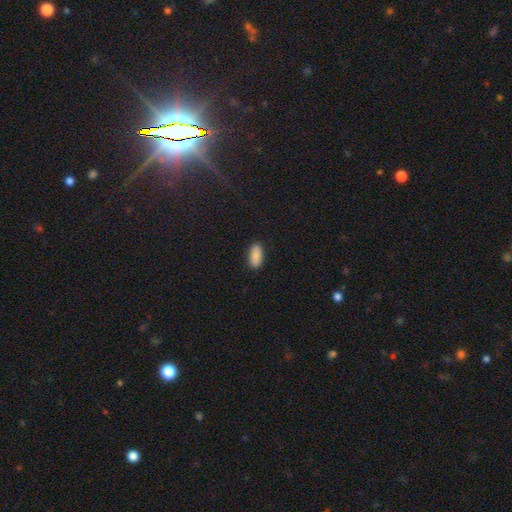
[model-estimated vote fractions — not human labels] Smooth or featured?
  - smooth: 89% *
  - star or artifact: 7%
  - featured or disk: 4%
How rounded?
  - in between: 91% *
  - cigar-shaped: 7%
  - round: 2%
Merging?
  - none: 90% *
  - minor disturbance: 8%
  - major disturbance: 2%
  - merger: 1%